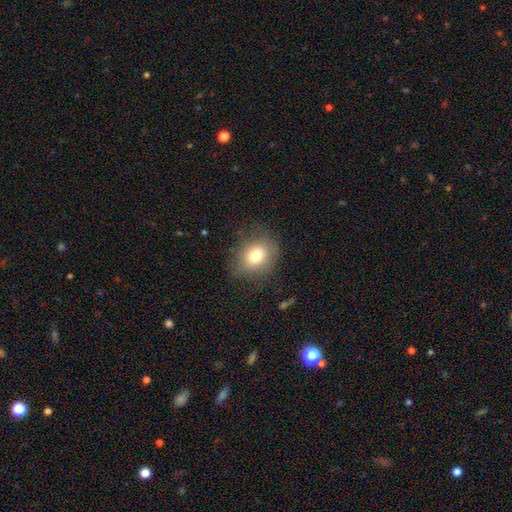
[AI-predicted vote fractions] smooth_or_featured: smooth (p=0.76) [alt: featured or disk p=0.13]
how_rounded: round (p=0.64) [alt: in between p=0.35]
merging: none (p=0.76) [alt: minor disturbance p=0.16]